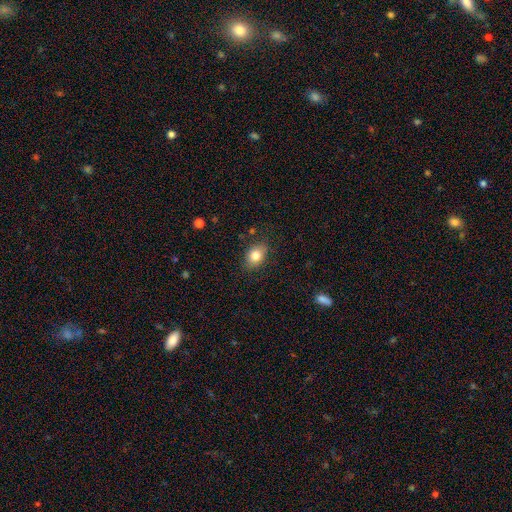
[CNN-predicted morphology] Smooth or featured? Predicted: smooth (p=0.81). How rounded? Predicted: in between (p=0.68). Merging? Predicted: none (p=0.83).